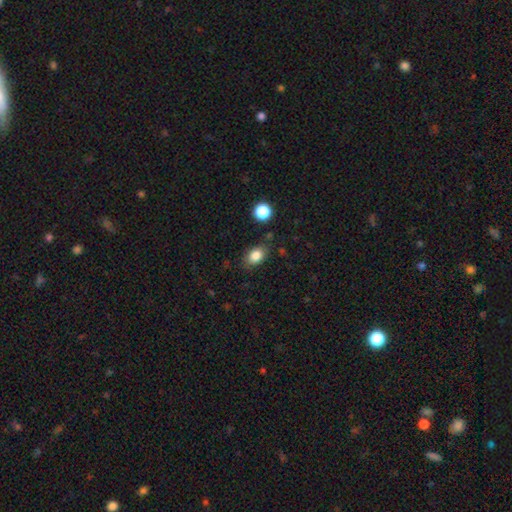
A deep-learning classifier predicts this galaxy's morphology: smooth-or-featured: smooth: 83% | star or artifact: 9% | featured or disk: 7%
  how-rounded: in between: 77% | round: 21% | cigar-shaped: 1%
  merging: none: 78% | minor disturbance: 15% | major disturbance: 4% | merger: 3%